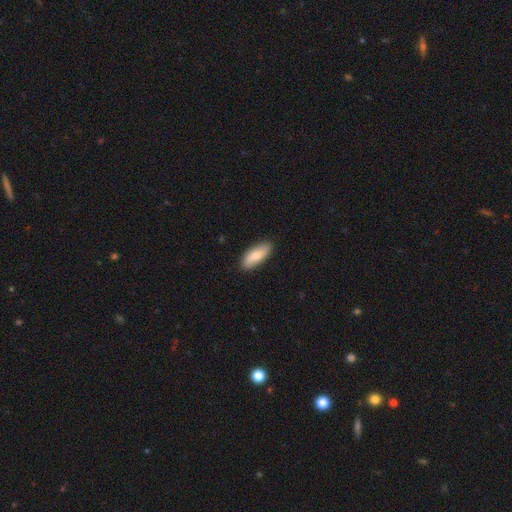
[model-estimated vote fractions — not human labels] smooth-or-featured: smooth: 73% | featured or disk: 21% | star or artifact: 5%
  how-rounded: in between: 76% | cigar-shaped: 21% | round: 3%
  merging: none: 87% | minor disturbance: 10% | major disturbance: 2% | merger: 1%